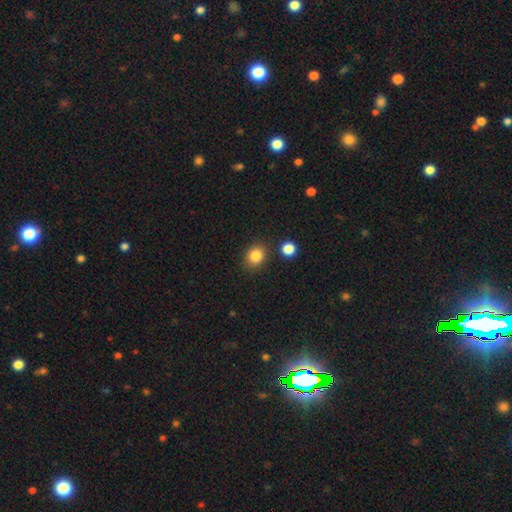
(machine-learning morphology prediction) Q: Smooth or featured?
A: smooth (84%); runner-up: star or artifact (11%)
Q: How rounded?
A: round (61%); runner-up: in between (38%)
Q: Merging?
A: none (81%); runner-up: minor disturbance (10%)